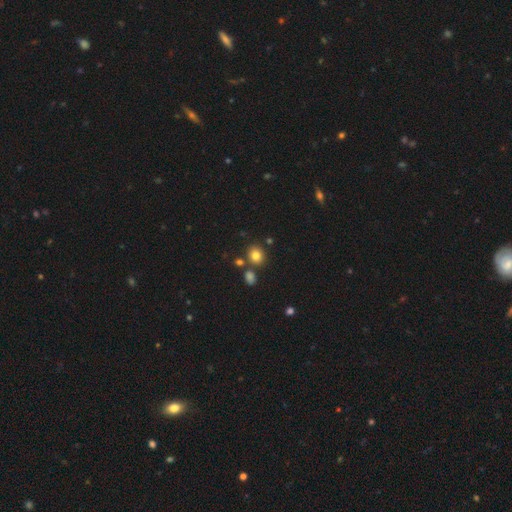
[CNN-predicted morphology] This appears to be a smooth galaxy with no disk features (80%) that is round (75%). Merging: none (75%).